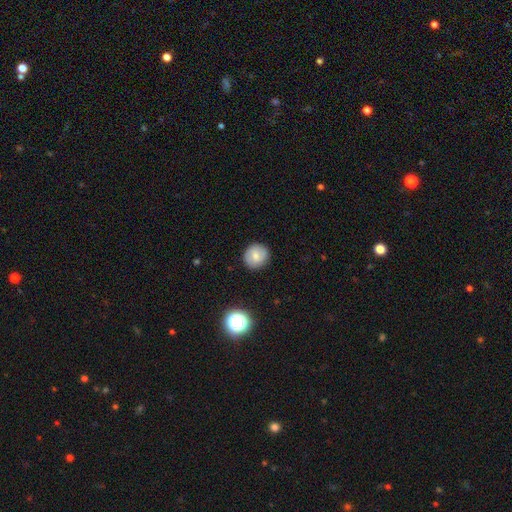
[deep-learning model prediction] A smooth galaxy with no disk features (69%) that is round (90%).

Vote fractions:
- Smooth or featured? smooth: 69% / featured or disk: 21% / star or artifact: 10%
- How rounded? round: 90% / in between: 9% / cigar-shaped: 1%
- Merging? none: 89% / minor disturbance: 8% / major disturbance: 2% / merger: 1%